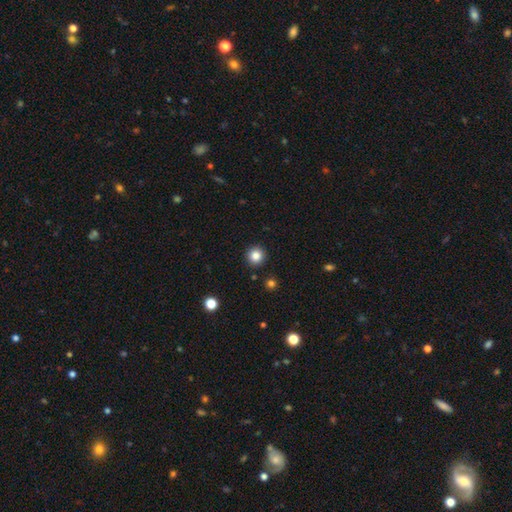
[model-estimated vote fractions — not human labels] Smooth or featured? Predicted: smooth (p=0.84). How rounded? Predicted: round (p=0.95). Merging? Predicted: none (p=0.92).